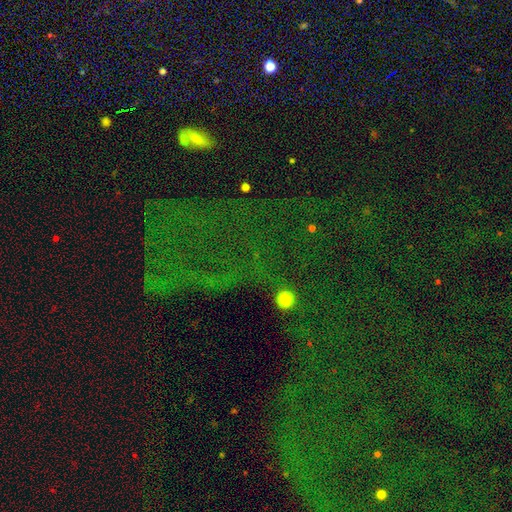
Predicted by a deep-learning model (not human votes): This is likely a star or artifact rather than a galaxy (74%).